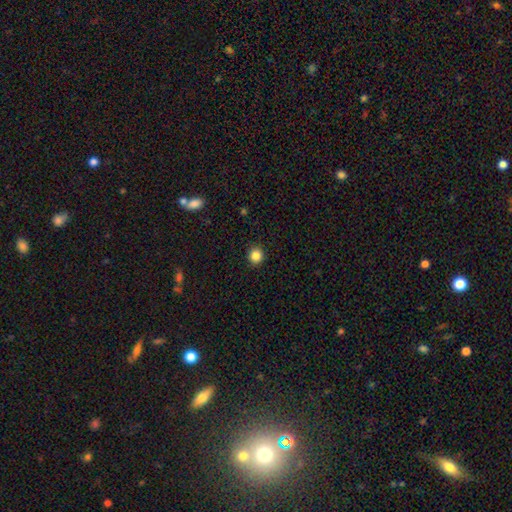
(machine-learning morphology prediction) Smooth or featured? smooth (85%)
How rounded? round (92%)
Merging? none (92%)